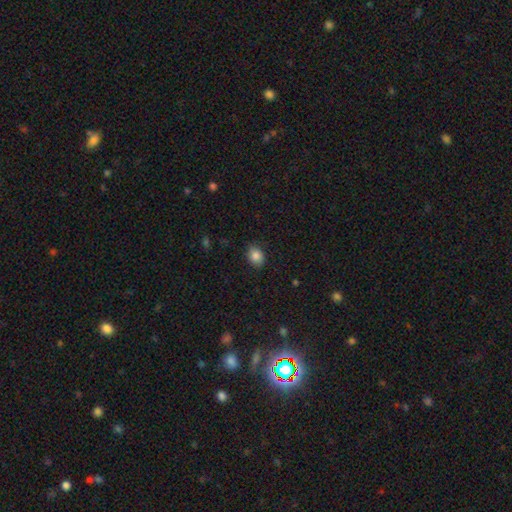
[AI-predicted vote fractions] This appears to be a smooth galaxy with no disk features (85%) that is in between round and cigar-shaped (64%). Merging: none (84%).